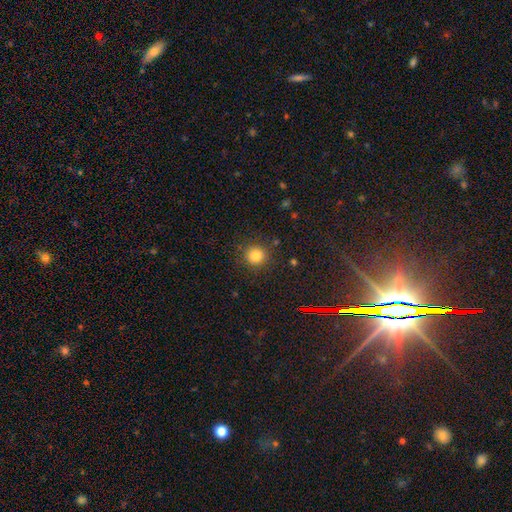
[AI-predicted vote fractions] smooth-or-featured: smooth: 81% | star or artifact: 13% | featured or disk: 6%
  how-rounded: round: 93% | in between: 6% | cigar-shaped: 1%
  merging: none: 88% | minor disturbance: 8% | major disturbance: 3% | merger: 2%